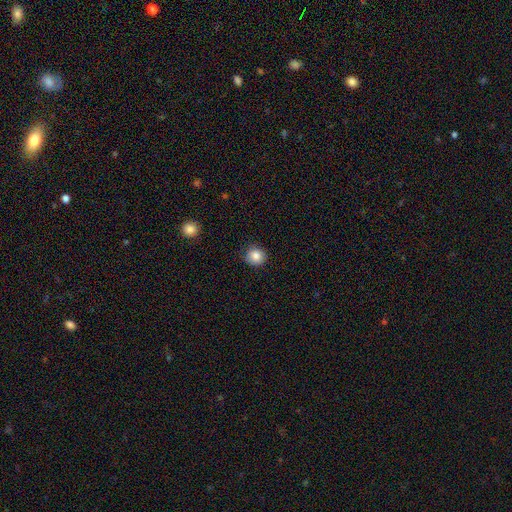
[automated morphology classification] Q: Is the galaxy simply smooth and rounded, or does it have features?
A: smooth — 85%.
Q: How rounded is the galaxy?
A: round — 89%.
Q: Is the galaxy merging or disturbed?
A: none — 88%.